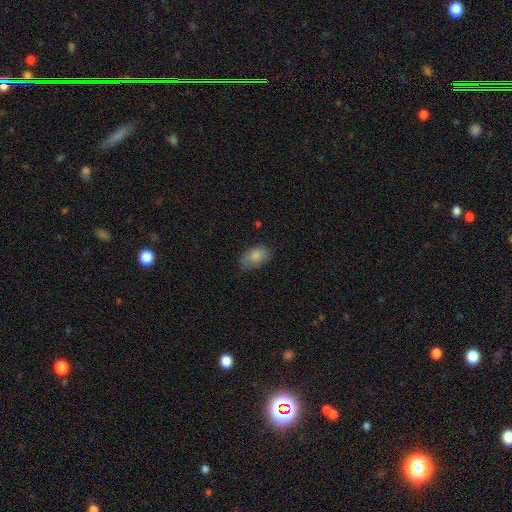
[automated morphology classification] type=smooth (84%); roundness=in between (91%); merging=none (71%).